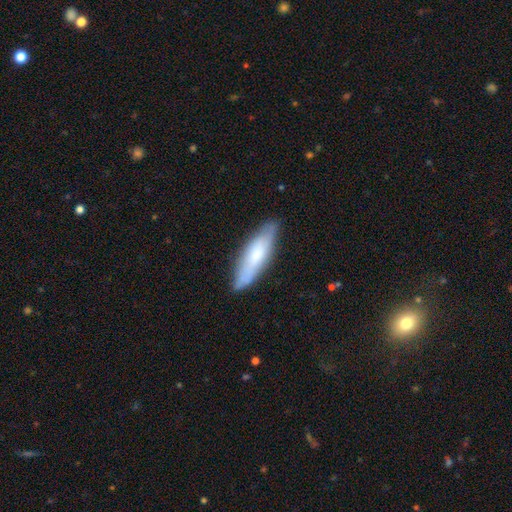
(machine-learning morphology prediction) Overall: smooth (66%; featured or disk 28%). How rounded: cigar-shaped (63%; in between 36%). Merging: none (81%).